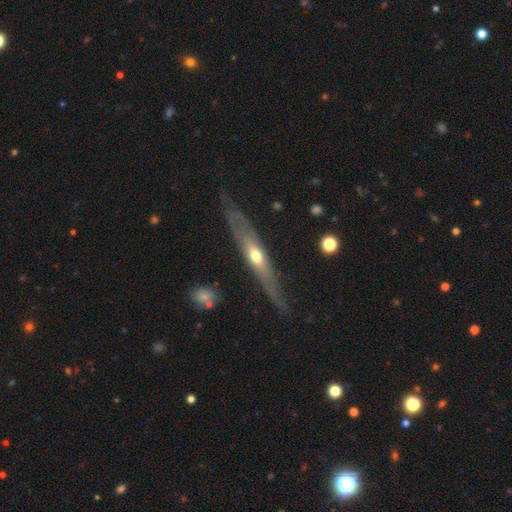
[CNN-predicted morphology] This is likely a featured or disk galaxy (74%). It is clearly viewed edge-on (88%). Edge-on bulge: clearly rounded (83%). Merging: likely none (80%).